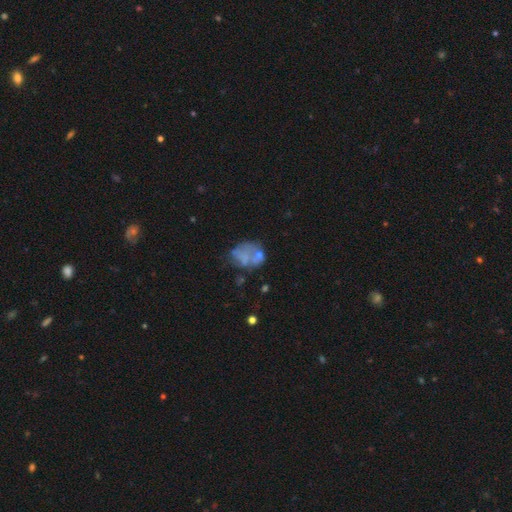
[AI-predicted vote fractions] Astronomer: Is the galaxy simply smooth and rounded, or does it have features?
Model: smooth — 48% (runner-up: featured or disk, 40%).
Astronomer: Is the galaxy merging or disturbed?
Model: none — 35% (runner-up: major disturbance, 23%).